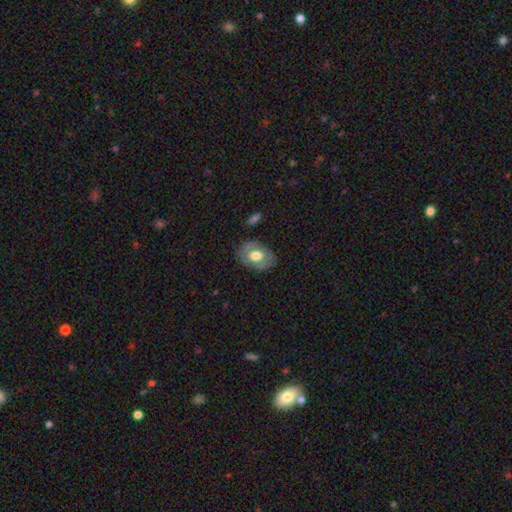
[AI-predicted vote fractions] Smooth or featured?
  - smooth: 47% * (tied)
  - featured or disk: 47% * (tied)
  - star or artifact: 7%
Merging?
  - none: 78% *
  - minor disturbance: 16%
  - major disturbance: 5%
  - merger: 1%